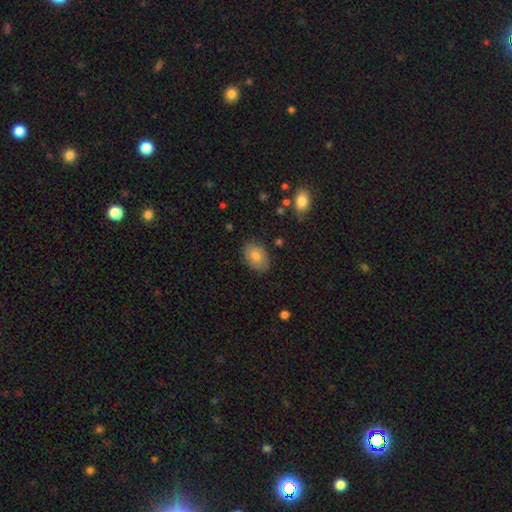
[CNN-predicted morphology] This appears to be a smooth galaxy with no disk features (75%) that is in between round and cigar-shaped (84%). Merging: none (82%).